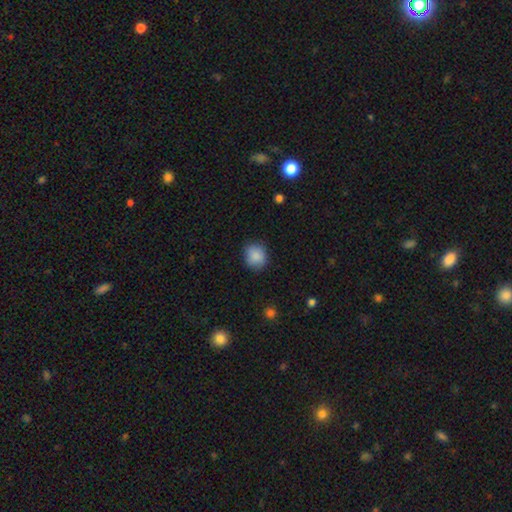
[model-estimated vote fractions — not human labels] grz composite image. It shows a smooth galaxy with no disk features (87%) that is round (76%). Merging: none (84%).